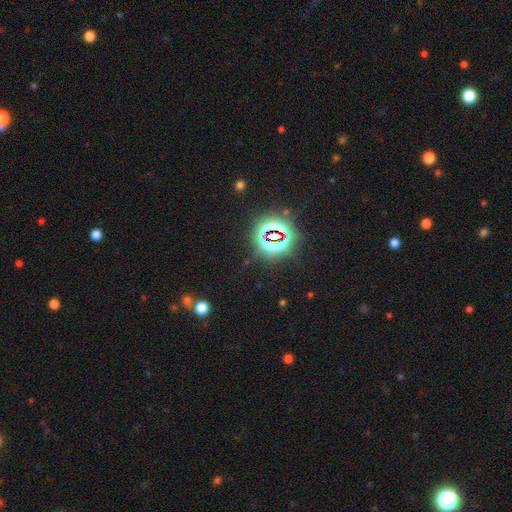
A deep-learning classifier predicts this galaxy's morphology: smooth-or-featured: star or artifact: 83% | smooth: 10% | featured or disk: 7%